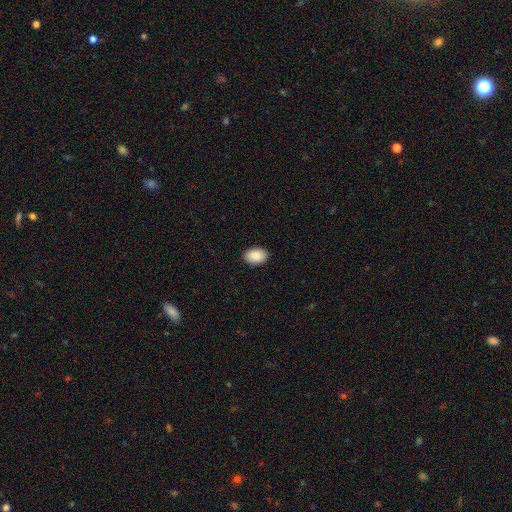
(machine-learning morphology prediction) This is clearly a smooth galaxy (90%). How rounded: clearly in between (86%). Merging: clearly none (90%).